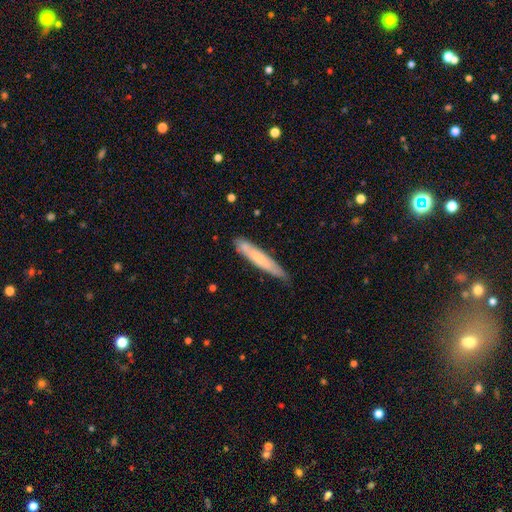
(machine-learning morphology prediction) smooth_or_featured: smooth (p=0.60) [alt: featured or disk p=0.33]
how_rounded: cigar-shaped (p=0.94) [alt: in between p=0.05]
merging: none (p=0.77) [alt: minor disturbance p=0.18]